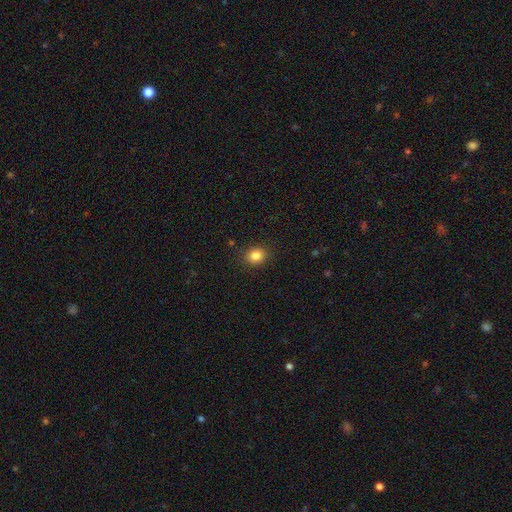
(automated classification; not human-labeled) Q: Smooth or featured?
A: smooth (84%); runner-up: star or artifact (11%)
Q: How rounded?
A: round (68%); runner-up: in between (31%)
Q: Merging?
A: none (89%); runner-up: minor disturbance (8%)